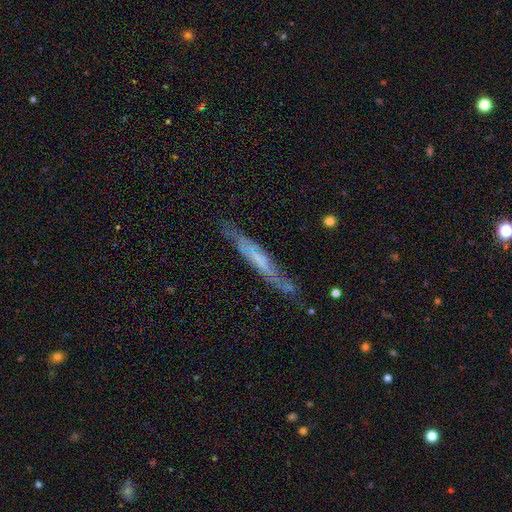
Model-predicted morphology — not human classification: Overall: featured or disk (60%; smooth 32%). Edge-on disk: yes (78%). Merging: none (72%).